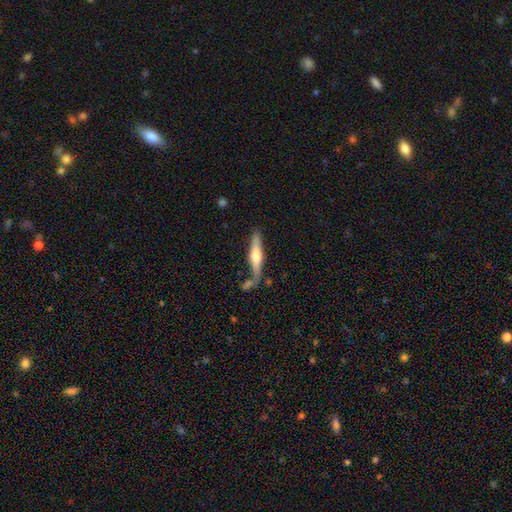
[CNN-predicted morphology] Q: Smooth or featured?
A: featured or disk (59%); runner-up: smooth (35%)
Q: Edge-on disk?
A: yes (95%); runner-up: no (5%)
Q: Edge-on bulge?
A: rounded (83%); runner-up: boxy (11%)
Q: Merging?
A: none (64%); runner-up: minor disturbance (16%)